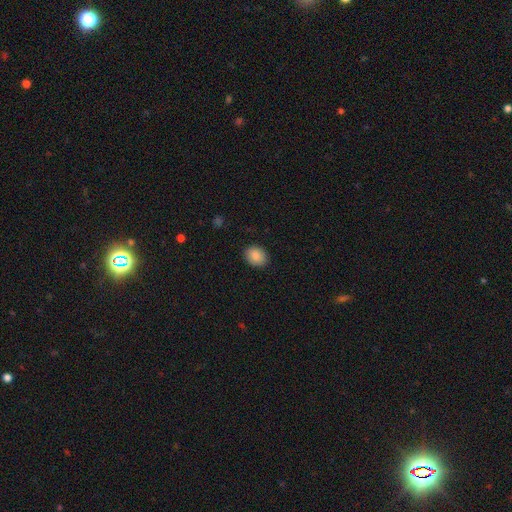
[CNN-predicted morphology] The model was most divided on "how rounded": in between: 50%, round: 49%, cigar-shaped: 1%. More confident: smooth or featured — smooth (88%); merging — none (88%).